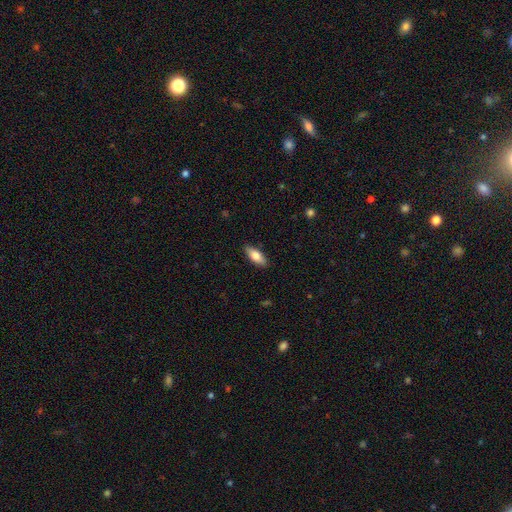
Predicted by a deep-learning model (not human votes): Overall: smooth (79%). How rounded: in between (76%). Merging: none (88%).